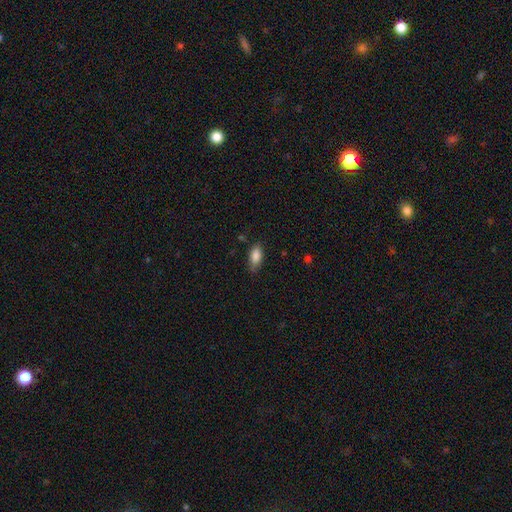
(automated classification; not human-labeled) smooth-or-featured: smooth: 86% | featured or disk: 7% | star or artifact: 7%
  how-rounded: in between: 88% | cigar-shaped: 9% | round: 3%
  merging: none: 74% | minor disturbance: 21% | major disturbance: 4% | merger: 1%